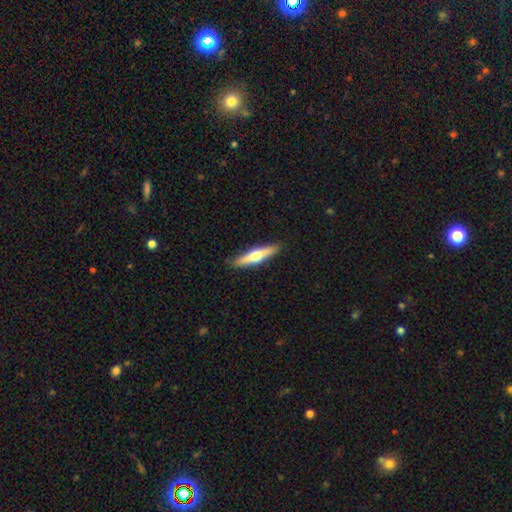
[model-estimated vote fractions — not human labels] Smooth or featured? Predicted: featured or disk (p=0.49). Merging? Predicted: none (p=0.90).